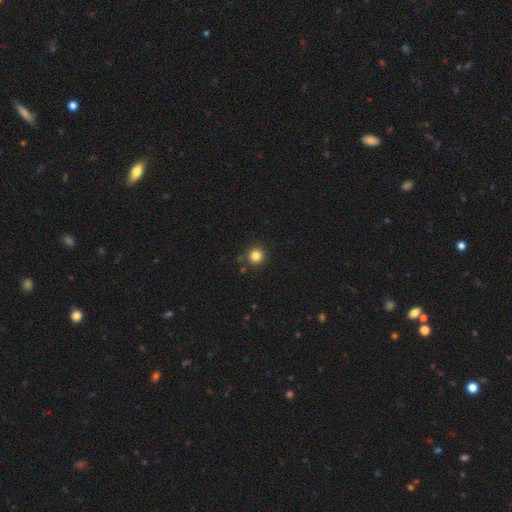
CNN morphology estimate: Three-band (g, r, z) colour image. It shows a smooth galaxy with no disk features (83%) that is round (95%). Merging: none (87%).